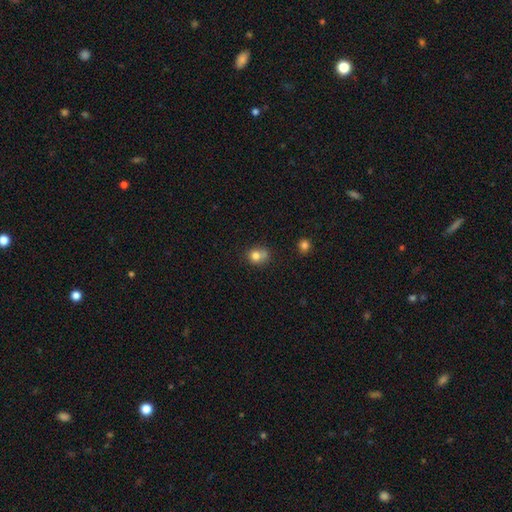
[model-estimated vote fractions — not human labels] A smooth galaxy with no disk features (79%) that is round (76%). Merging: none (53%).